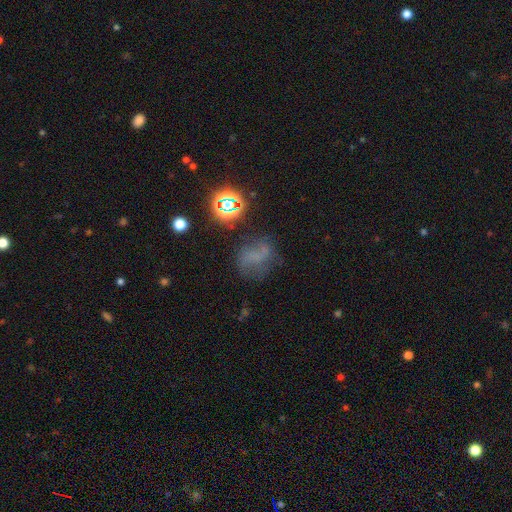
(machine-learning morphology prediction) Q: Smooth or featured?
A: featured or disk (36%); runner-up: smooth (33%)
Q: Merging?
A: none (51%); runner-up: minor disturbance (22%)